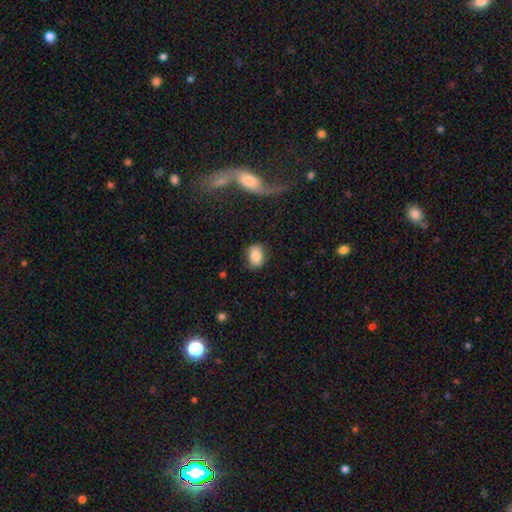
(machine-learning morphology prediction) smooth_or_featured: smooth (p=0.81) [alt: featured or disk p=0.11]
how_rounded: in between (p=0.72) [alt: round p=0.26]
merging: none (p=0.78) [alt: minor disturbance p=0.16]